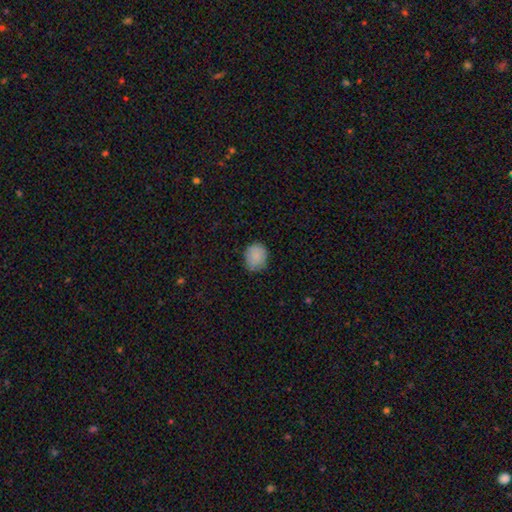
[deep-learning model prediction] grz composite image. It shows a smooth galaxy with no disk features (87%) that is round (61%). Merging: none (75%).